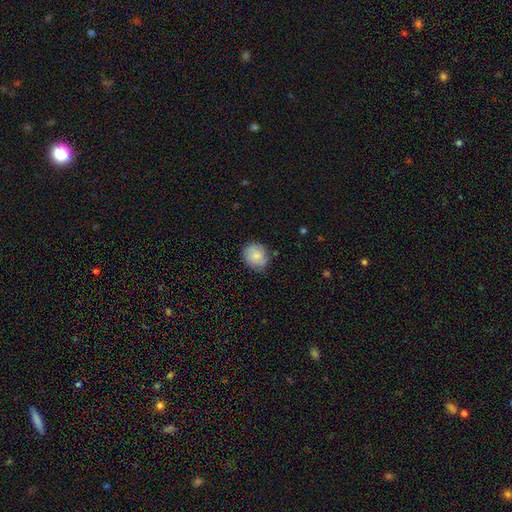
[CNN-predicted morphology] This is clearly a smooth galaxy (83%). How rounded: likely round (74%). Merging: likely none (79%).